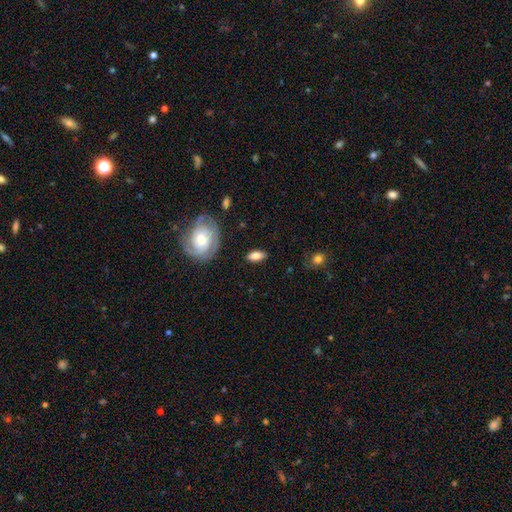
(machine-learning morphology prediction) Smooth or featured: smooth — 72% (featured or disk — 21%)
How rounded: in between — 84% (cigar-shaped — 10%)
Merging: none — 83% (minor disturbance — 12%)